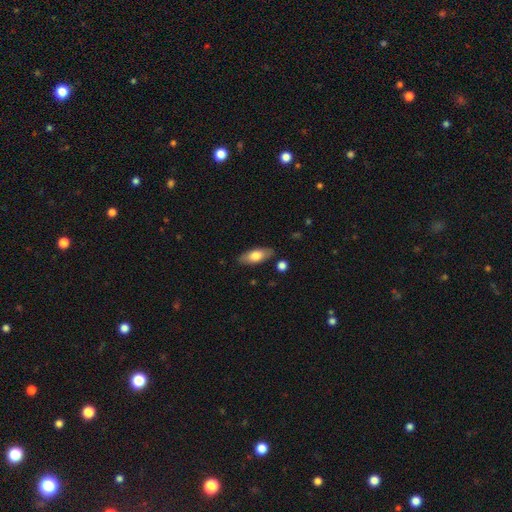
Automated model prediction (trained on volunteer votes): A smooth galaxy with no disk features (72%) that is in between round and cigar-shaped (81%). Merging: none (84%).